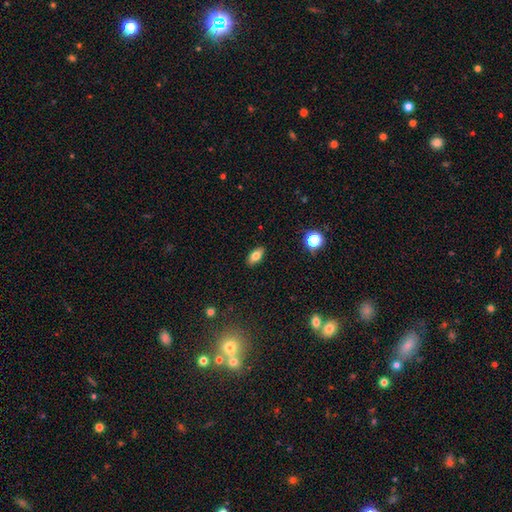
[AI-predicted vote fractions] Smooth or featured?
  - smooth: 77% *
  - featured or disk: 13%
  - star or artifact: 9%
How rounded?
  - in between: 88% *
  - cigar-shaped: 7%
  - round: 5%
Merging?
  - none: 89% *
  - minor disturbance: 8%
  - major disturbance: 2%
  - merger: 1%